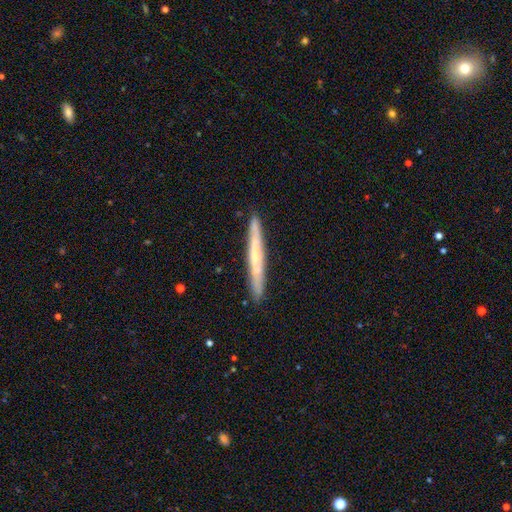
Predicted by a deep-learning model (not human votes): Q: Smooth or featured?
A: featured or disk (51%); runner-up: smooth (43%)
Q: Edge-on disk?
A: yes (94%); runner-up: no (6%)
Q: Merging?
A: none (90%); runner-up: minor disturbance (7%)